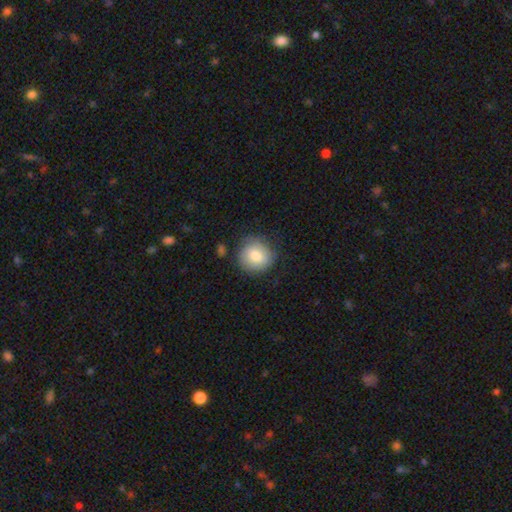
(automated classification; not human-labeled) Overall: smooth (78%). How rounded: round (89%). Merging: none (79%).